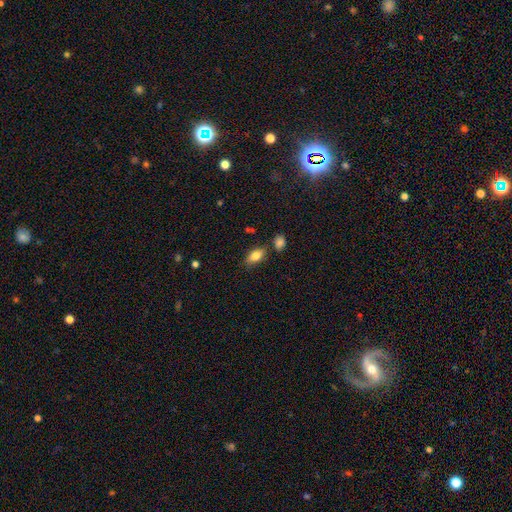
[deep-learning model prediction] smooth_or_featured: smooth (p=0.82) [alt: featured or disk p=0.10]
how_rounded: in between (p=0.89) [alt: round p=0.06]
merging: none (p=0.74) [alt: minor disturbance p=0.15]